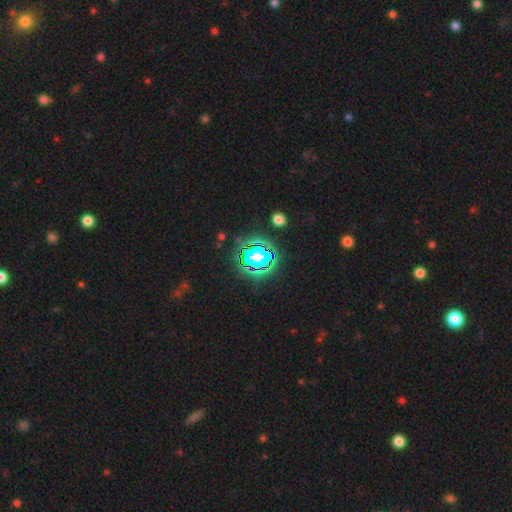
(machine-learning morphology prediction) Smooth or featured? star or artifact (64%)